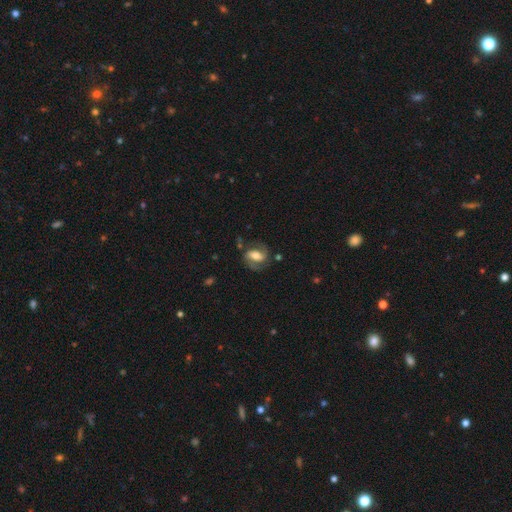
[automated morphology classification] Overall: featured or disk (67%). Edge-on disk: no (95%). Bar: strong (38%; weak 37%). Spiral arms: yes (88%). Spiral arm count: 2 (86%). Spiral winding: medium (50%; loose 25%). Bulge size: moderate (55%; large 22%). Merging: none (68%).